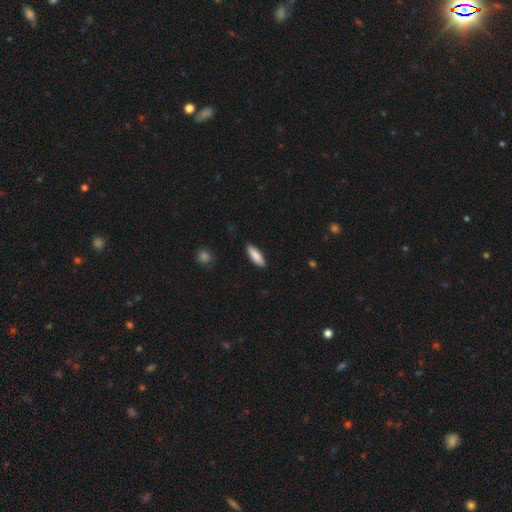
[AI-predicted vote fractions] This appears to be a smooth galaxy with no disk features (87%) that is in between round and cigar-shaped (51%). Merging: none (89%).